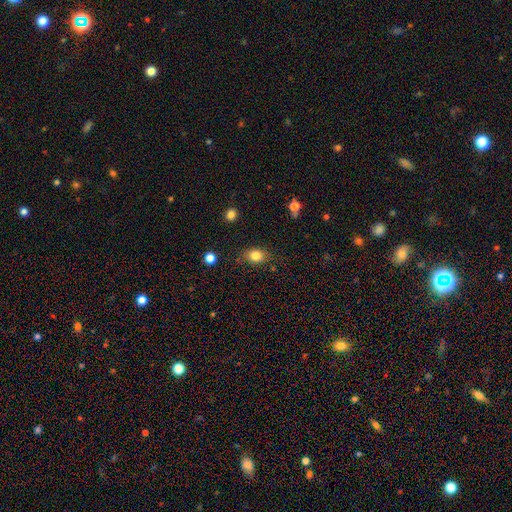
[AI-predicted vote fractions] Smooth or featured?
  - smooth: 82% *
  - star or artifact: 10%
  - featured or disk: 8%
How rounded?
  - in between: 66% *
  - round: 32%
  - cigar-shaped: 2%
Merging?
  - none: 79% *
  - minor disturbance: 15%
  - major disturbance: 4%
  - merger: 2%